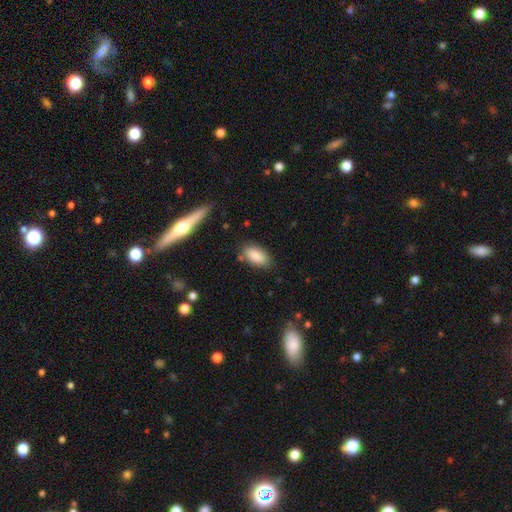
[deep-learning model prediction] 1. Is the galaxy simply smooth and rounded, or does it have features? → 88% smooth, 7% star or artifact, 6% featured or disk.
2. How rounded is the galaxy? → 92% in between, 5% cigar-shaped, 3% round.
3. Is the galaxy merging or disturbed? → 80% none, 14% minor disturbance, 3% major disturbance, 3% merger.